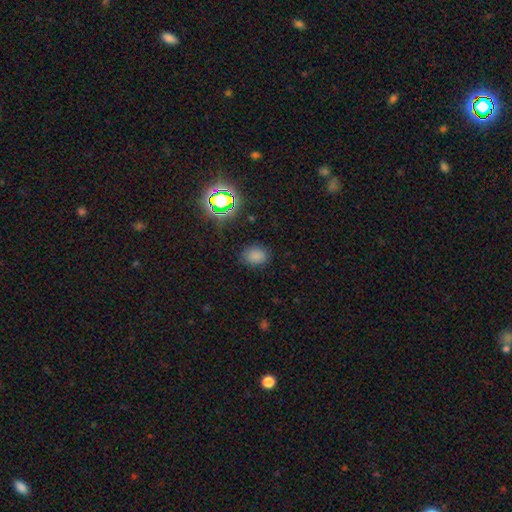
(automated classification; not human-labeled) Smooth or featured: smooth — 75% (star or artifact — 20%)
How rounded: in between — 62% (round — 37%)
Merging: none — 82% (minor disturbance — 13%)